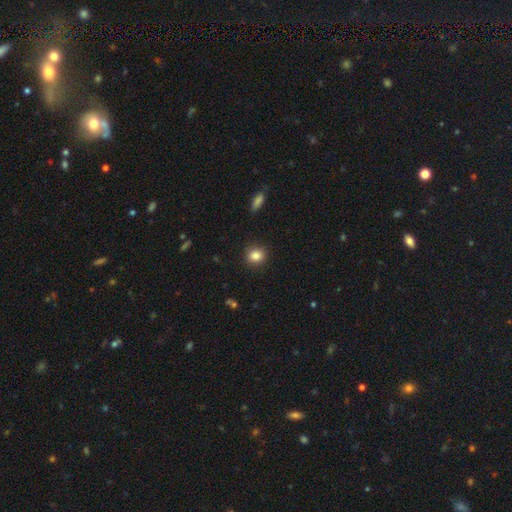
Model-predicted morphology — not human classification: Q: Smooth or featured?
A: smooth (85%); runner-up: star or artifact (10%)
Q: How rounded?
A: round (73%); runner-up: in between (26%)
Q: Merging?
A: none (89%); runner-up: minor disturbance (7%)